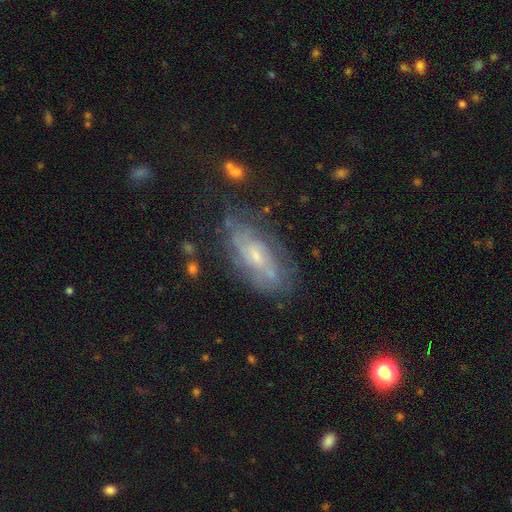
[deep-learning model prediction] A featured or disk galaxy (64%) with no bar (62%), spiral arms (77%) and a small central bulge (59%).

Vote fractions:
- Smooth or featured? featured or disk: 64% / smooth: 25% / star or artifact: 11%
- Edge-on disk? no: 87% / yes: 13%
- Bar? no: 62% / weak: 31% / strong: 7%
- Spiral arms? yes: 77% / no: 23%
- Bulge size? small: 59% / moderate: 33% / none: 5% / large: 2% / dominant: 1%
- Merging? none: 68% / minor disturbance: 20% / major disturbance: 9% / merger: 3%